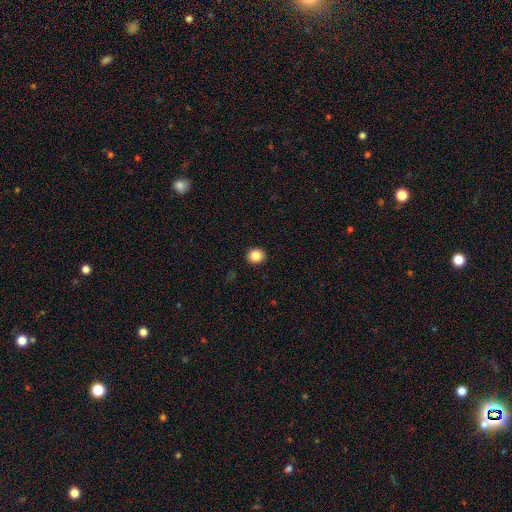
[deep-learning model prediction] Smooth or featured: smooth — 86% (star or artifact — 10%)
How rounded: round — 88% (in between — 11%)
Merging: none — 93% (minor disturbance — 5%)